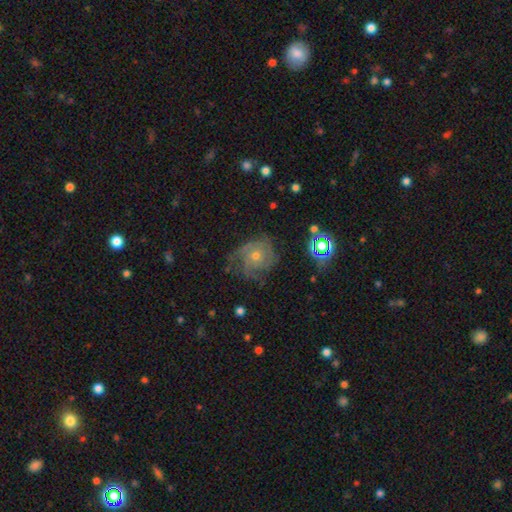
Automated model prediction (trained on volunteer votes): smooth_or_featured: featured or disk (p=0.70) [alt: smooth p=0.16]
disk_edge_on: no (p=0.97) [alt: yes p=0.03]
bar: no (p=0.84) [alt: weak p=0.14]
has_spiral_arms: yes (p=0.92) [alt: no p=0.08]
spiral_winding: tight (p=0.55) [alt: medium p=0.34]
spiral_arm_count: can't tell (p=0.31) [alt: 3 p=0.28]
bulge_size: small (p=0.54) [alt: moderate p=0.42]
merging: none (p=0.65) [alt: minor disturbance p=0.21]